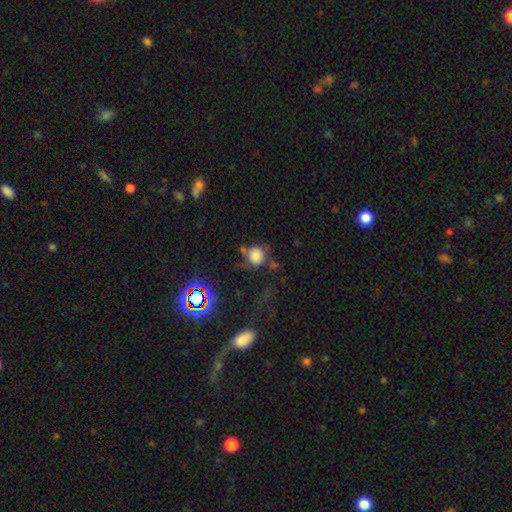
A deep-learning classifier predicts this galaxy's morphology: smooth 74%, star or artifact 17%, featured or disk 10%. Down the decision tree: how rounded — round (87%); merging — none (54%).